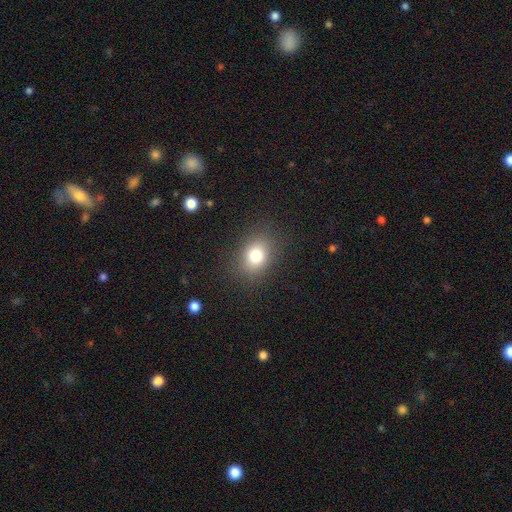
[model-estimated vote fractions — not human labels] This appears to be a smooth galaxy with no disk features (79%) that is in between round and cigar-shaped (57%). Merging: none (85%).